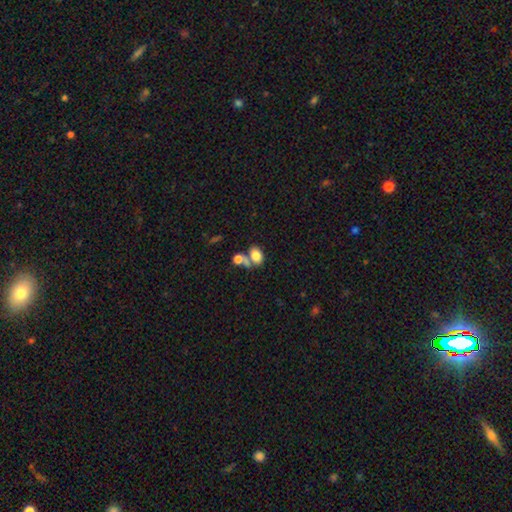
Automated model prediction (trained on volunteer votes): This appears to be a smooth galaxy with no disk features (78%) that is in between round and cigar-shaped (80%). Merging: none (43%).